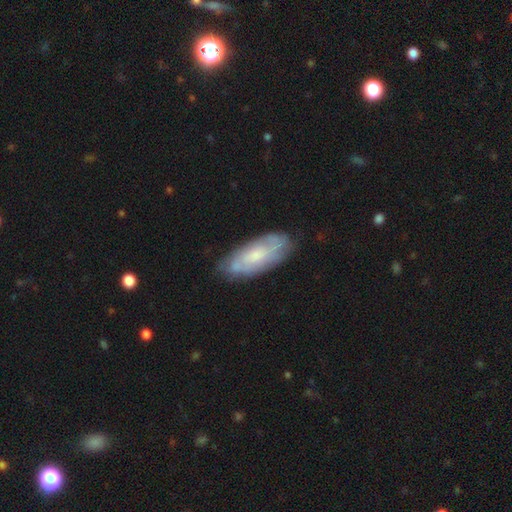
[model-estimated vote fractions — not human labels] smooth_or_featured: featured or disk (p=0.57) [alt: smooth p=0.36]
disk_edge_on: no (p=0.87) [alt: yes p=0.13]
merging: none (p=0.76) [alt: minor disturbance p=0.18]